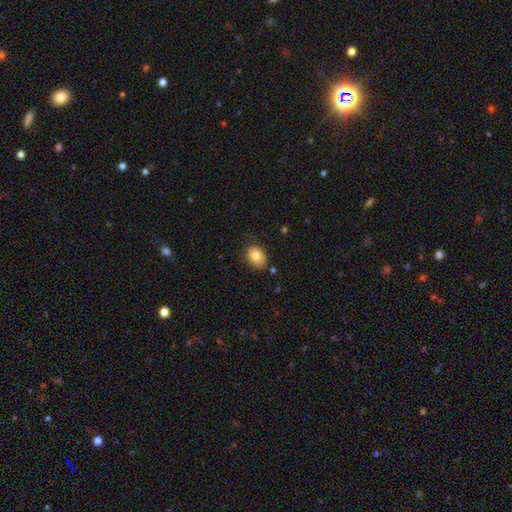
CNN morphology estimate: Smooth or featured? smooth (82%)
How rounded? in between (76%)
Merging? none (71%)